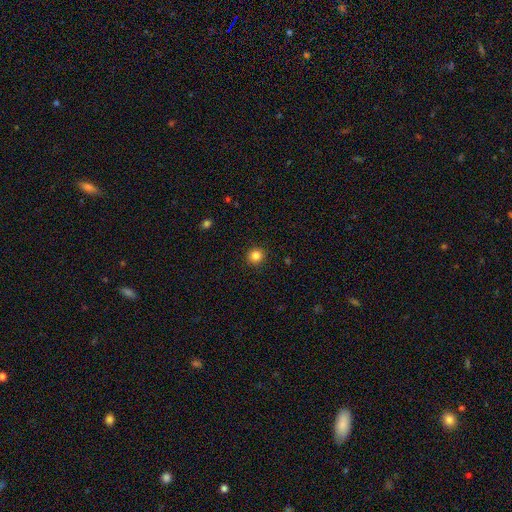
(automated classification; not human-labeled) This appears to be a smooth galaxy with no disk features (84%) that is round (93%). Merging: none (92%).